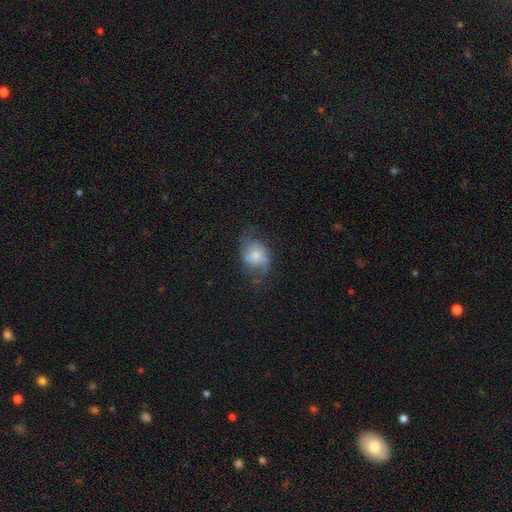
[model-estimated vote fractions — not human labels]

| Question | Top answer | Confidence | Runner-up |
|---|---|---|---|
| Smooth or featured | smooth | 48% | featured or disk (43%) |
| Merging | none | 49% | minor disturbance (28%) |